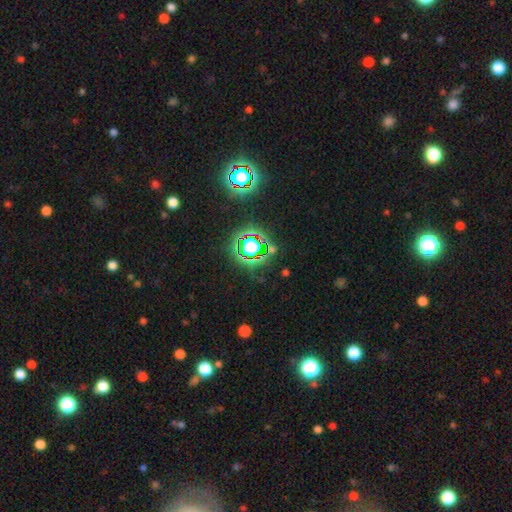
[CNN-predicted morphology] Q: Smooth or featured?
A: star or artifact (82%); runner-up: smooth (11%)